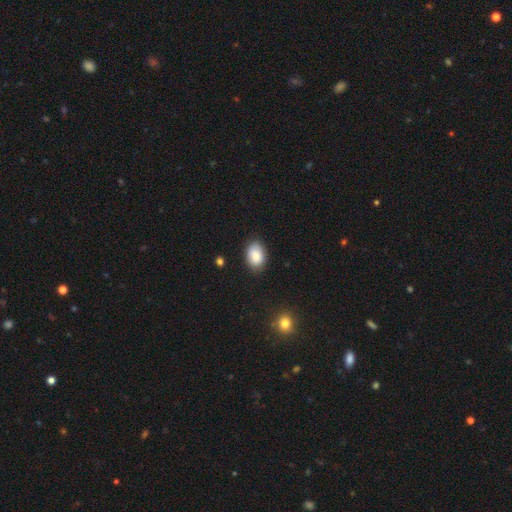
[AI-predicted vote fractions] Smooth or featured? smooth (86%)
How rounded? in between (82%)
Merging? none (82%)